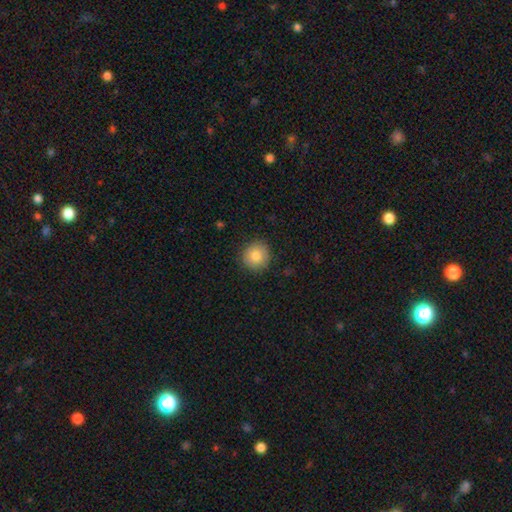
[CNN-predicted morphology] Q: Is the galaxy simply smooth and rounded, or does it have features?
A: smooth — 83%.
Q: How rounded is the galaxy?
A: round — 92%.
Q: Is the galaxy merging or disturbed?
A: none — 90%.